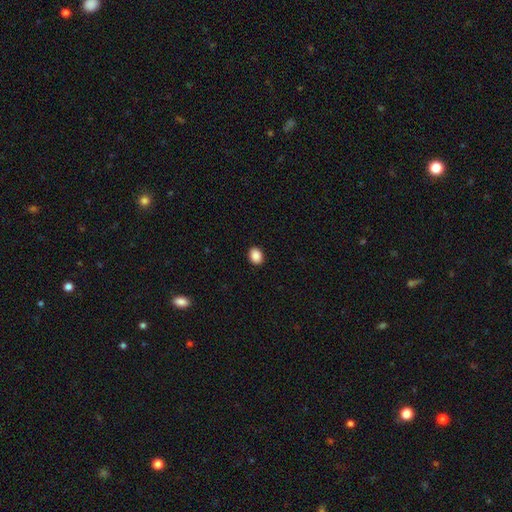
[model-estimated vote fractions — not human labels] The model was most divided on "how rounded": in between: 57%, round: 42%, cigar-shaped: 1%. More confident: merging — none (91%); smooth or featured — smooth (89%).